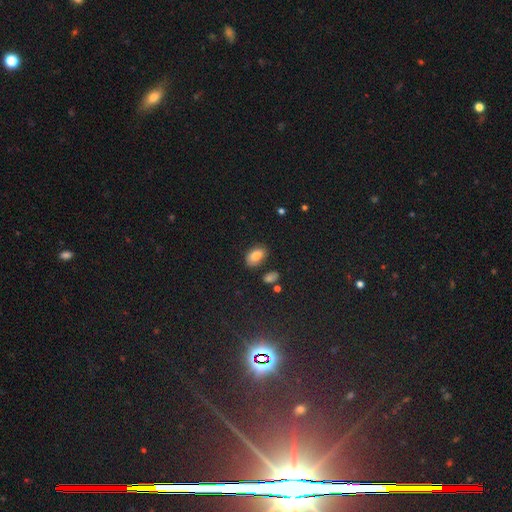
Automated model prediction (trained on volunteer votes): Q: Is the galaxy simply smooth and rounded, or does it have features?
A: smooth — 83%.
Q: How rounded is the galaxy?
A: in between — 91%.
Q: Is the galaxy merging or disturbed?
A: none — 75%.